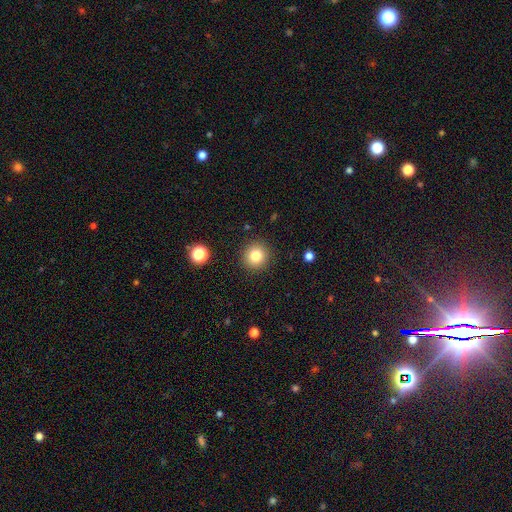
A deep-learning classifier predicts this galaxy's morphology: This is clearly a smooth galaxy (81%). How rounded: clearly round (93%). Merging: clearly none (90%).